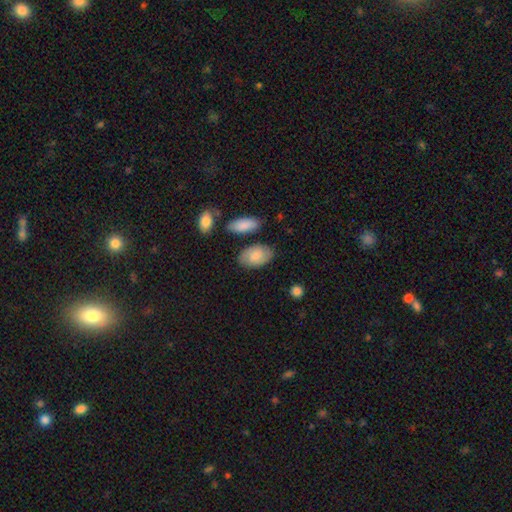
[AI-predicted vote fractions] smooth_or_featured: smooth (p=0.72) [alt: featured or disk p=0.22]
how_rounded: in between (p=0.92) [alt: round p=0.06]
merging: none (p=0.77) [alt: minor disturbance p=0.15]